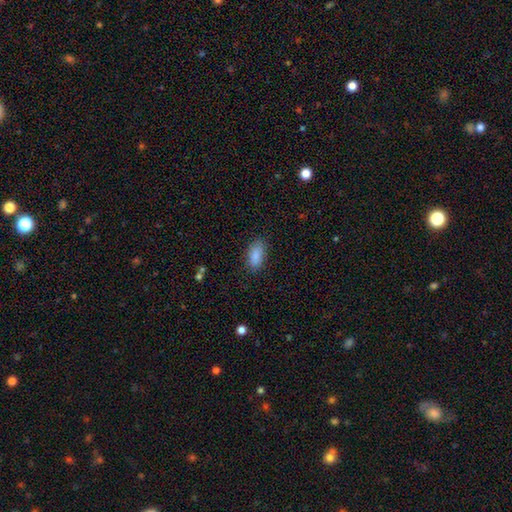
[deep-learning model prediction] Smooth or featured? Predicted: smooth (p=0.88). How rounded? Predicted: in between (p=0.90). Merging? Predicted: none (p=0.81).